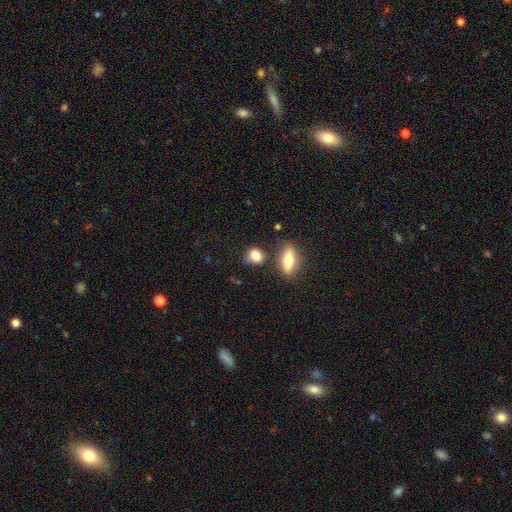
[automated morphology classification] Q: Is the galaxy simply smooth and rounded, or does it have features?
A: smooth — 82%.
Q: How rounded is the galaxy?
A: round — 51%.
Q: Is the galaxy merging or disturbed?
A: none — 67%.